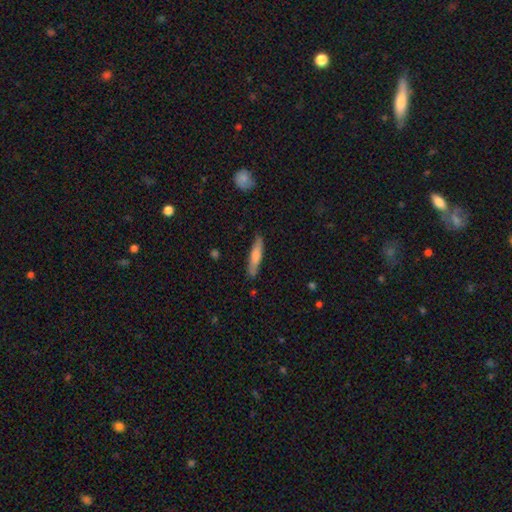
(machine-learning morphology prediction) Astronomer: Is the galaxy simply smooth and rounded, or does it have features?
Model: smooth — 71%.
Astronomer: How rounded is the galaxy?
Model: cigar-shaped — 85%.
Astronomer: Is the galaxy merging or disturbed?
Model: none — 86%.